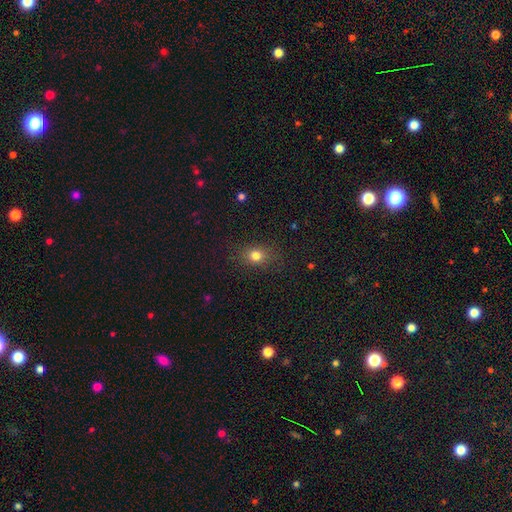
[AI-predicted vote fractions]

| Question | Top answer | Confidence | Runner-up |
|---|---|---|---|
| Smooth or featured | smooth | 78% | star or artifact (14%) |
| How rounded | in between | 50% | round (48%) |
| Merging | none | 82% | minor disturbance (12%) |